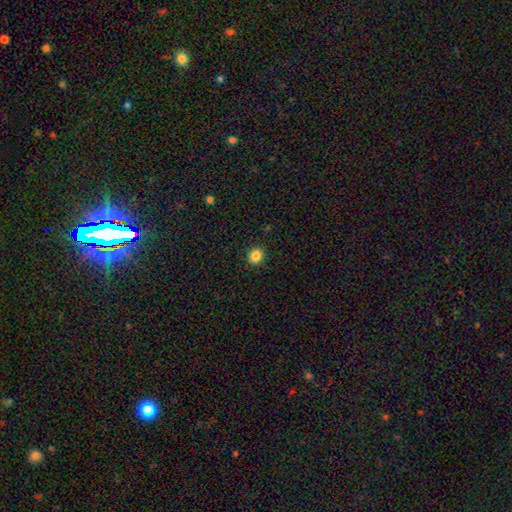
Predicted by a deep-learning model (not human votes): A smooth galaxy with no disk features (85%) that is round (80%).

Vote fractions:
- Smooth or featured? smooth: 85% / star or artifact: 10% / featured or disk: 4%
- How rounded? round: 80% / in between: 19% / cigar-shaped: 1%
- Merging? none: 92% / minor disturbance: 6% / major disturbance: 2% / merger: 1%